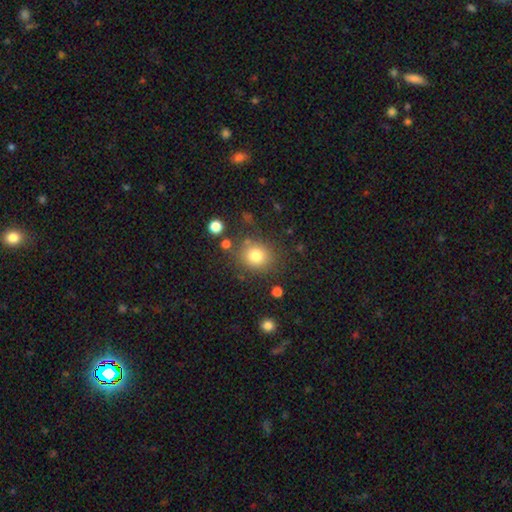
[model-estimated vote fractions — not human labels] This appears to be a smooth galaxy with no disk features (78%) that is round (78%). Merging: none (79%).